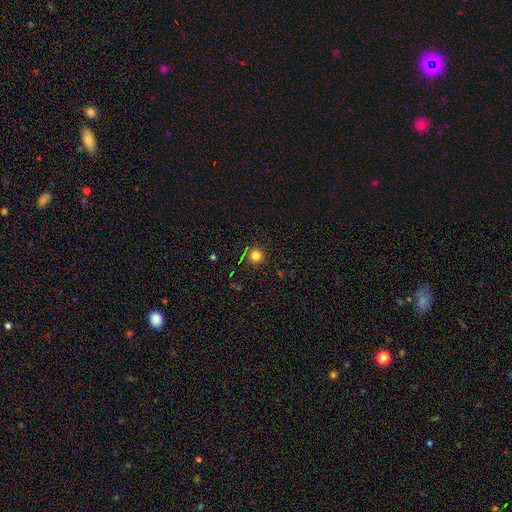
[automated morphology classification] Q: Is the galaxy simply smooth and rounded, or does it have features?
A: smooth — 81%.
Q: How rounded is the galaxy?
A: round — 95%.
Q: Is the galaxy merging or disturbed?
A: none — 88%.